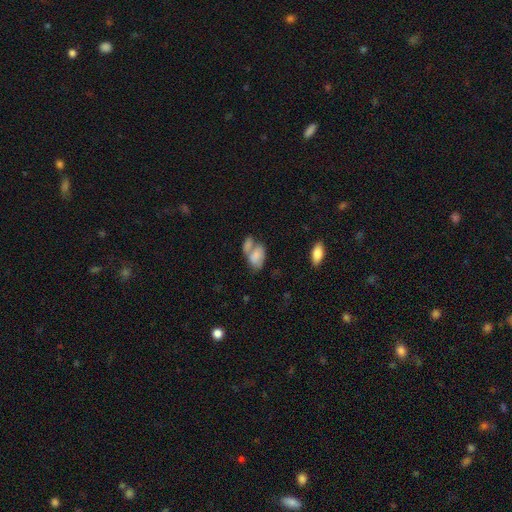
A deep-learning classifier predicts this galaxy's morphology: This is likely a smooth galaxy (72%). How rounded: clearly in between (89%). Merging: possibly merger (57%).